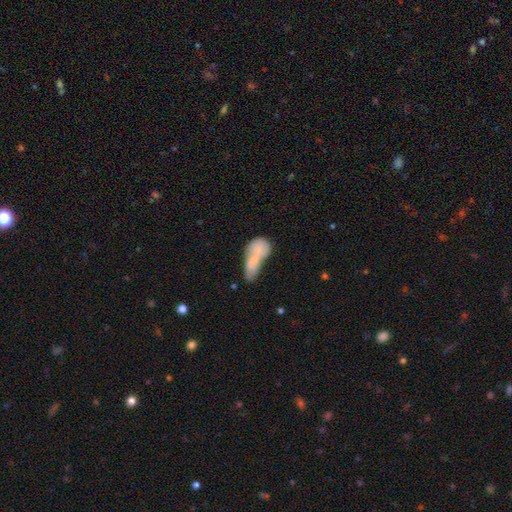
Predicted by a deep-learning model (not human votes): Overall: smooth (65%; featured or disk 26%). How rounded: in between (72%). Merging: merger (61%).